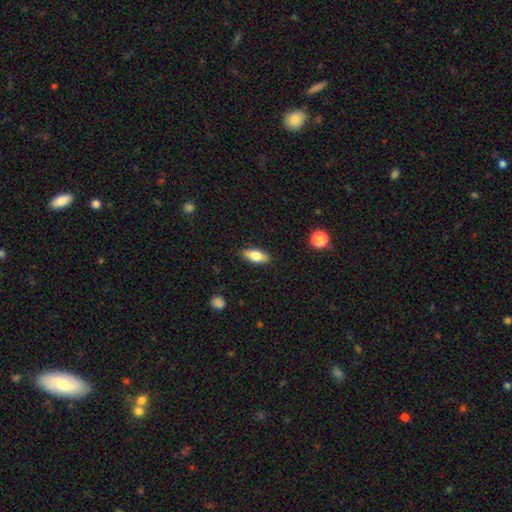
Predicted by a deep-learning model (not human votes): Smooth or featured: smooth — 74% (featured or disk — 19%)
How rounded: in between — 79% (cigar-shaped — 18%)
Merging: none — 88% (minor disturbance — 9%)